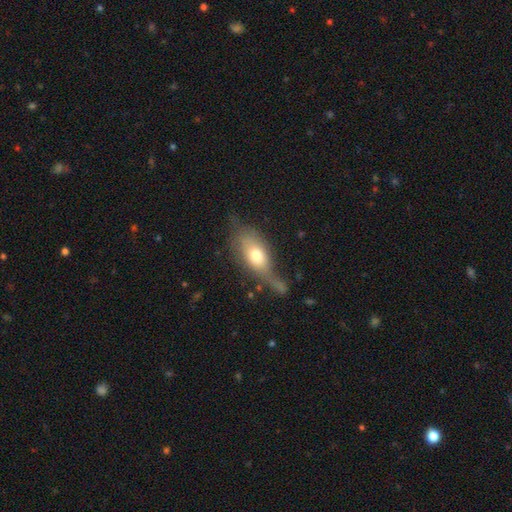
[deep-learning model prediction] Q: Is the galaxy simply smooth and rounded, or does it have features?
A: smooth — 64%.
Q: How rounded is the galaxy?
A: in between — 81%.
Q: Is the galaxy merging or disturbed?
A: none — 35%.